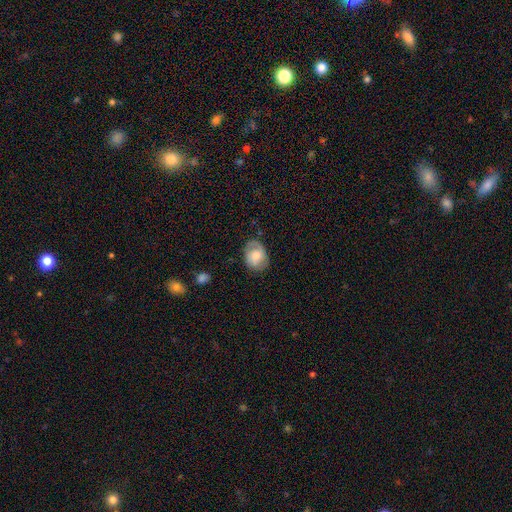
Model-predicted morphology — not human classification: type=smooth (54%); roundness=in between (58%); merging=none (71%).